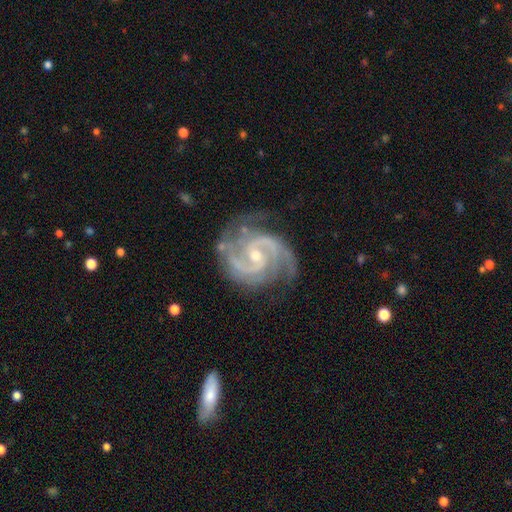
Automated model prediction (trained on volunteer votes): Smooth or featured?
  - featured or disk: 94% *
  - star or artifact: 4%
  - smooth: 2%
Edge-on disk?
  - no: 98% *
  - yes: 2%
Bar?
  - no: 46% *
  - weak: 41%
  - strong: 13%
Spiral arms?
  - yes: 99% *
  - no: 1%
Spiral winding?
  - medium: 49% *
  - tight: 45%
  - loose: 6%
Spiral arm count?
  - 2: 74% *
  - 3: 14%
  - can't tell: 4%
  - 4: 3%
  - 1: 3%
  - more than 4: 3%
Bulge size?
  - small: 54% *
  - moderate: 43%
  - none: 1%
  - large: 1%
  - dominant: 1%
Merging?
  - none: 73% *
  - minor disturbance: 19%
  - major disturbance: 7%
  - merger: 2%